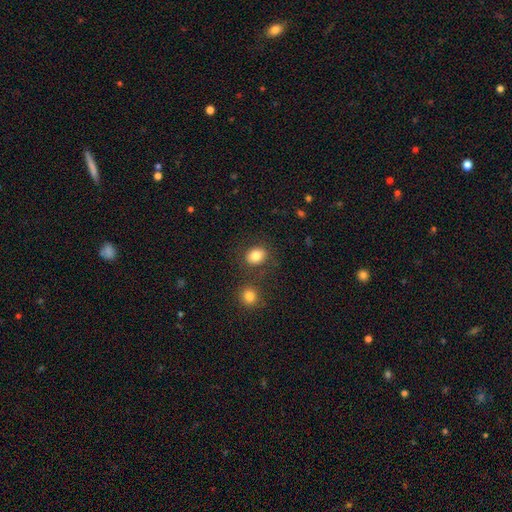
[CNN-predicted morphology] A smooth galaxy with no disk features (82%) that is in between round and cigar-shaped (52%).

Vote fractions:
- Smooth or featured? smooth: 82% / star or artifact: 10% / featured or disk: 8%
- How rounded? in between: 52% / round: 47% / cigar-shaped: 1%
- Merging? none: 79% / minor disturbance: 10% / merger: 7% / major disturbance: 4%